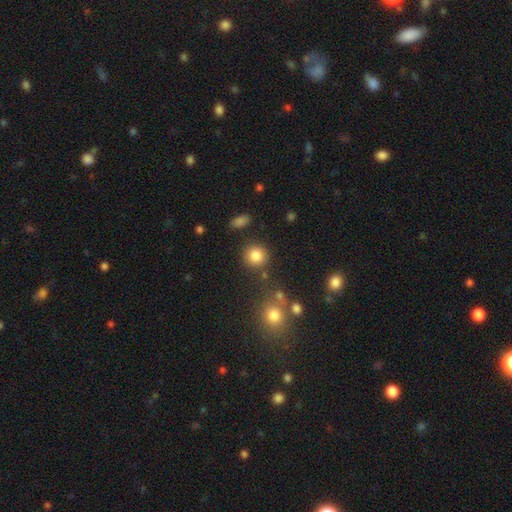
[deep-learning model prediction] smooth-or-featured: smooth: 84% | star or artifact: 11% | featured or disk: 6%
  how-rounded: round: 90% | in between: 9% | cigar-shaped: 1%
  merging: none: 83% | minor disturbance: 8% | merger: 5% | major disturbance: 3%